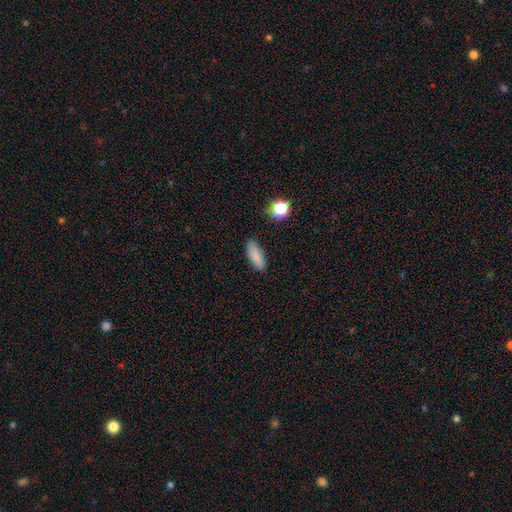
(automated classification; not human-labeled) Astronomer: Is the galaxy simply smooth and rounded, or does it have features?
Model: smooth — 85%.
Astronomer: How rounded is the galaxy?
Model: in between — 66%.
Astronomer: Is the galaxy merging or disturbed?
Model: none — 86%.